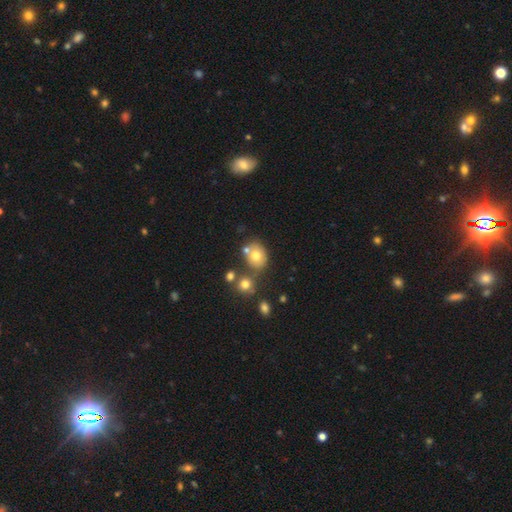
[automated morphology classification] smooth-or-featured: smooth: 73% | featured or disk: 16% | star or artifact: 12%
  how-rounded: round: 60% | in between: 39% | cigar-shaped: 1%
  merging: none: 57% | merger: 24% | minor disturbance: 14% | major disturbance: 5%